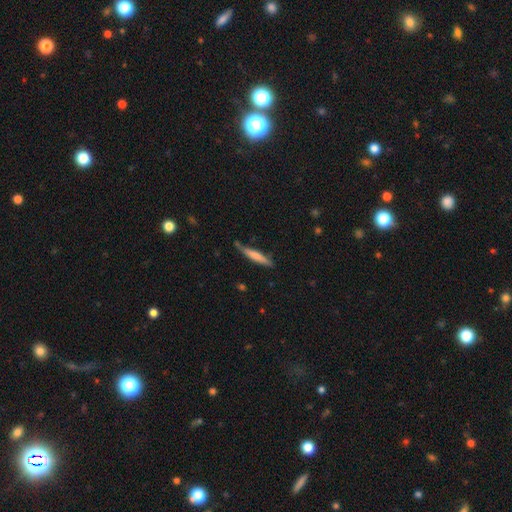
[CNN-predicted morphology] Smooth or featured: smooth — 64% (featured or disk — 30%)
How rounded: cigar-shaped — 92% (in between — 7%)
Merging: none — 73% (minor disturbance — 20%)